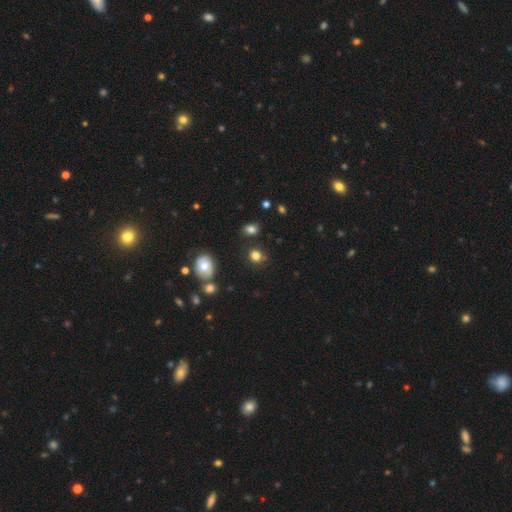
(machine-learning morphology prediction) This is clearly a smooth galaxy (81%). How rounded: likely round (78%). Merging: likely none (78%).